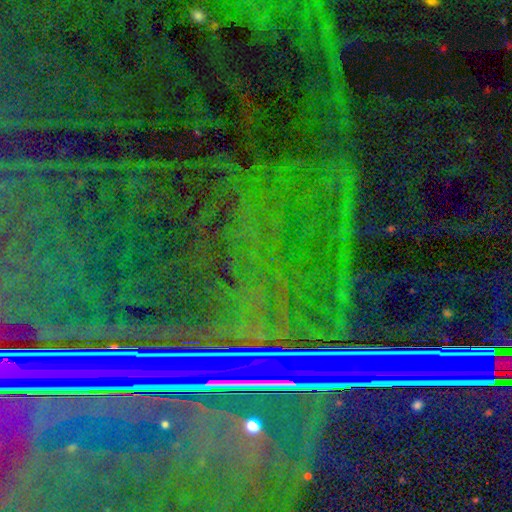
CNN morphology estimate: The model was most divided on "smooth or featured": star or artifact: 88%, featured or disk: 7%, smooth: 5%.